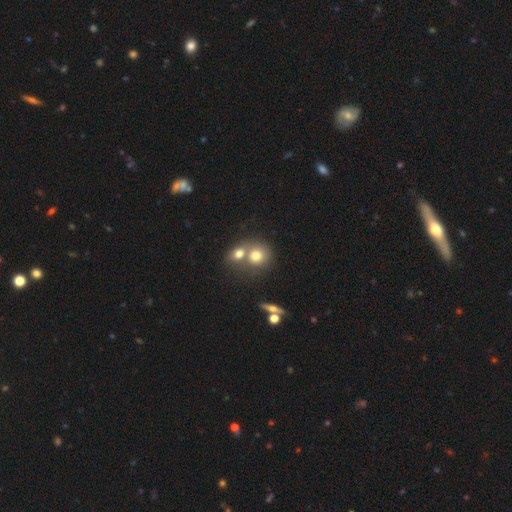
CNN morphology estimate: Smooth or featured? smooth (64%)
How rounded? round (81%)
Merging? merger (51%)